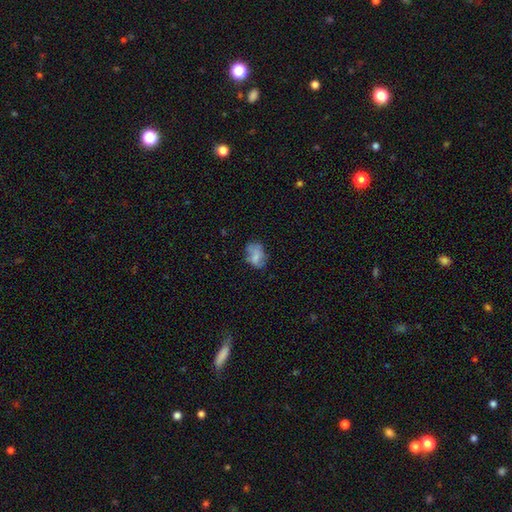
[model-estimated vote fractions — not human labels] Q: Smooth or featured?
A: smooth (61%); runner-up: featured or disk (28%)
Q: How rounded?
A: in between (79%); runner-up: round (19%)
Q: Merging?
A: none (48%); runner-up: minor disturbance (29%)